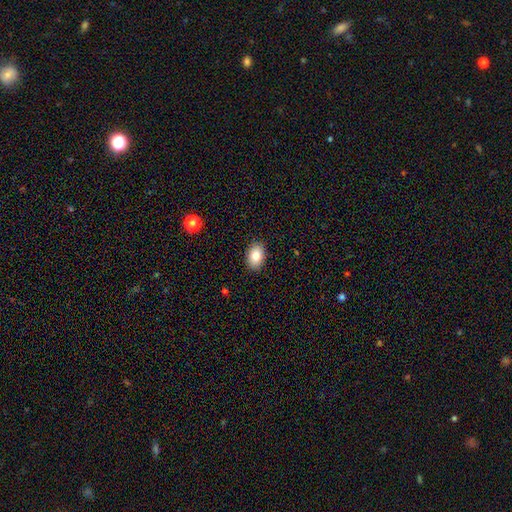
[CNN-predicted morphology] Smooth or featured? Predicted: smooth (p=0.83). How rounded? Predicted: in between (p=0.85). Merging? Predicted: none (p=0.89).